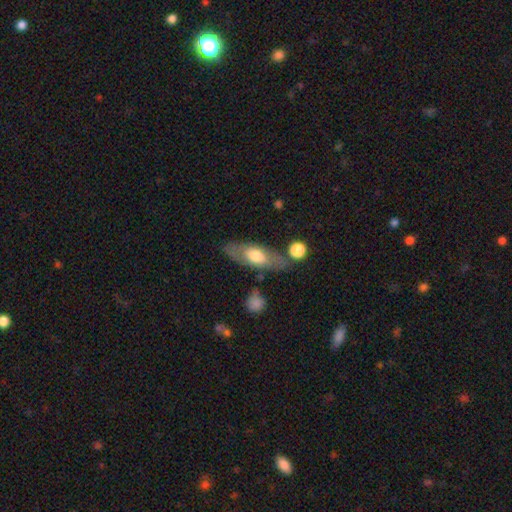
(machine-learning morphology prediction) Overall: smooth (51%; featured or disk 43%). How rounded: in between (70%). Merging: none (74%).